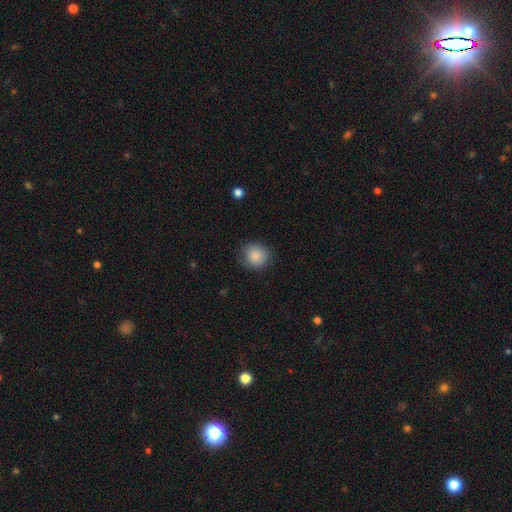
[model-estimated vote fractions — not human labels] smooth 88%, star or artifact 8%, featured or disk 4%. Down the decision tree: how rounded — round (86%); merging — none (85%).